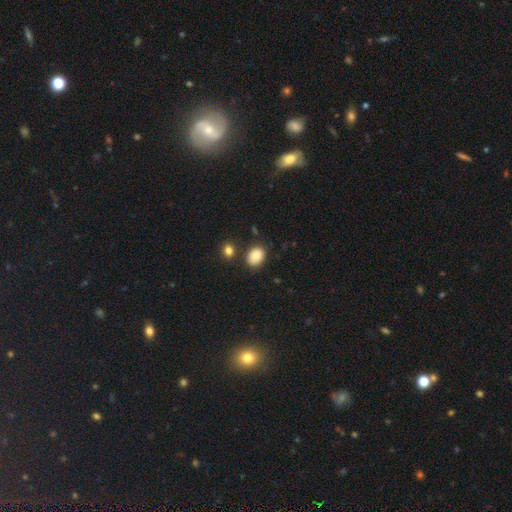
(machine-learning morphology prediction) This is clearly a smooth galaxy (87%). How rounded: likely in between (65%). Merging: likely none (79%).